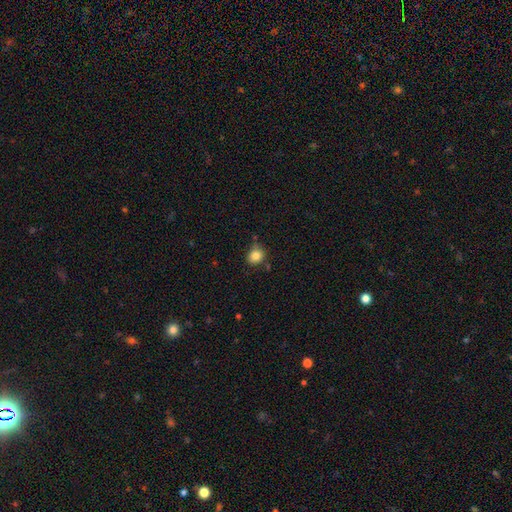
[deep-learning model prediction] smooth_or_featured: smooth (p=0.84) [alt: star or artifact p=0.10]
how_rounded: round (p=0.72) [alt: in between p=0.27]
merging: none (p=0.73) [alt: minor disturbance p=0.18]